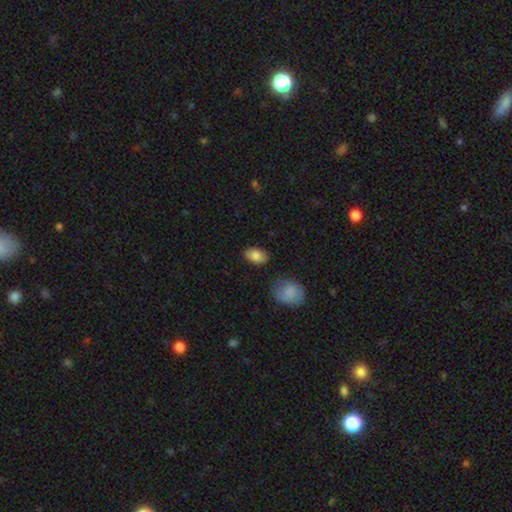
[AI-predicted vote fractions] Smooth or featured? Predicted: smooth (p=0.83). How rounded? Predicted: in between (p=0.89). Merging? Predicted: none (p=0.83).